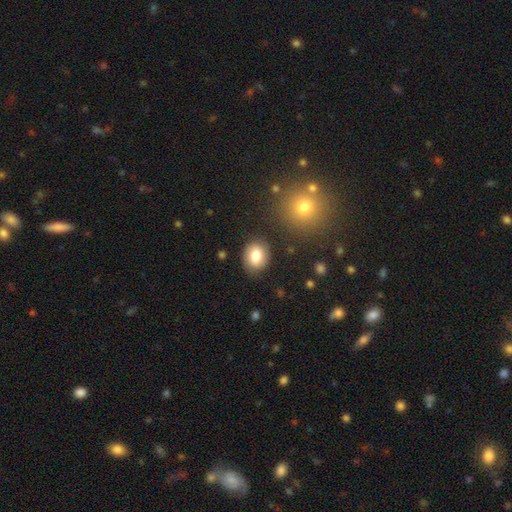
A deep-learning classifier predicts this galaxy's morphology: Overall: smooth (81%). How rounded: round (55%; in between 44%). Merging: none (86%).